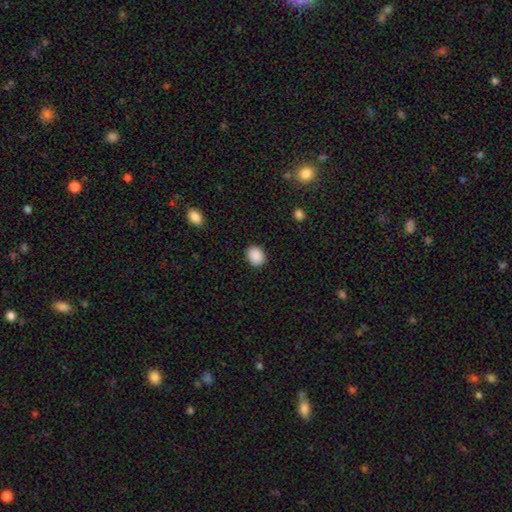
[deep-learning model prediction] A smooth galaxy with no disk features (90%) that is in between round and cigar-shaped (56%). Merging: none (90%).